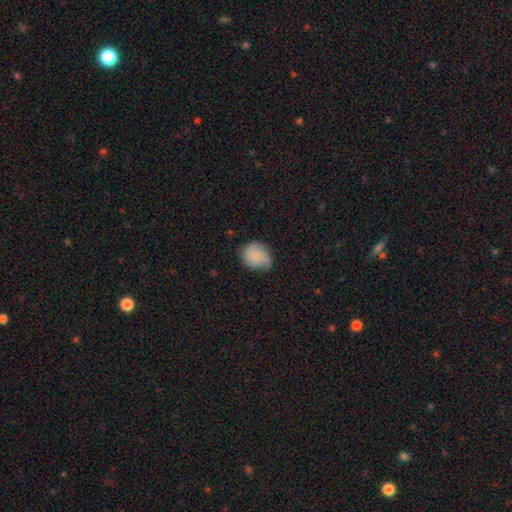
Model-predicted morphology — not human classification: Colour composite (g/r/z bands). It shows a smooth galaxy with no disk features (69%) that is round (71%). Merging: none (54%).